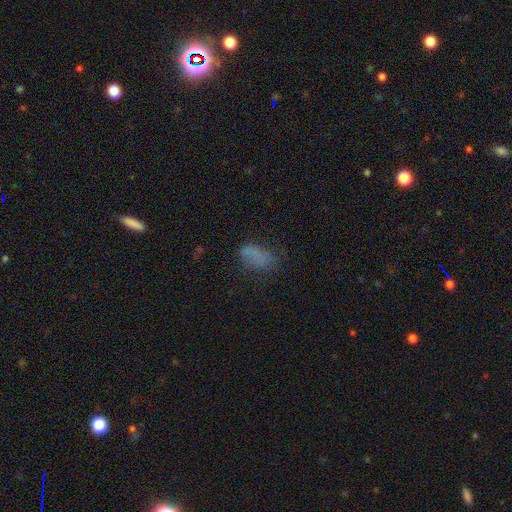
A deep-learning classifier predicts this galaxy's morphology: Smooth or featured? smooth (71%)
How rounded? in between (89%)
Merging? none (49%)